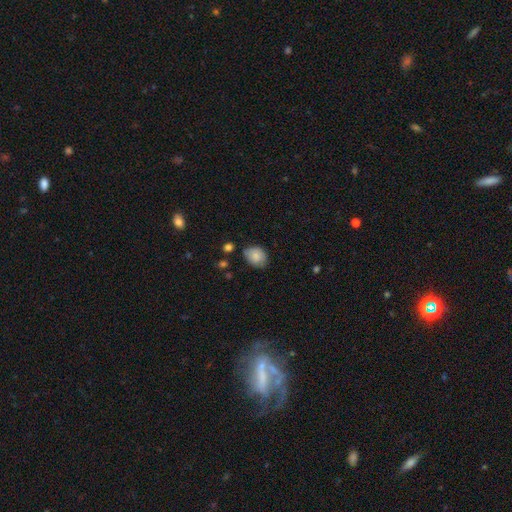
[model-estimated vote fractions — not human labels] Overall: smooth (83%). How rounded: in between (63%; round 36%). Merging: none (71%).